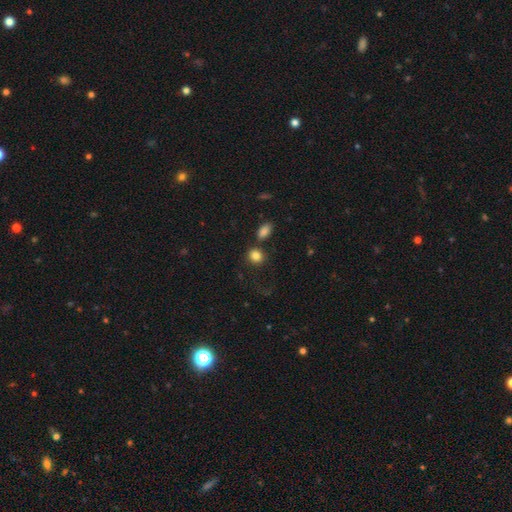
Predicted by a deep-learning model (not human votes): Smooth or featured? Predicted: smooth (p=0.85). How rounded? Predicted: round (p=0.71). Merging? Predicted: none (p=0.70).